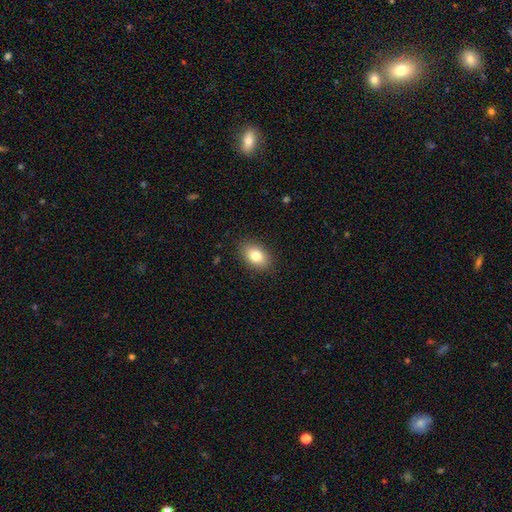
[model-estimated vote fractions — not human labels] A smooth galaxy with no disk features (83%) that is in between round and cigar-shaped (87%).

Vote fractions:
- Smooth or featured? smooth: 83% / featured or disk: 9% / star or artifact: 8%
- How rounded? in between: 87% / round: 11% / cigar-shaped: 1%
- Merging? none: 87% / minor disturbance: 9% / major disturbance: 2% / merger: 1%